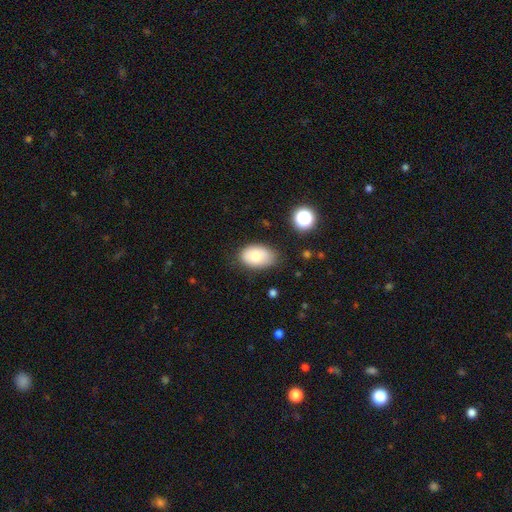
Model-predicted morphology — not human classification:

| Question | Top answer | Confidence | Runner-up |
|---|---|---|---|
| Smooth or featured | smooth | 80% | featured or disk (12%) |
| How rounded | in between | 90% | round (9%) |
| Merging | none | 73% | minor disturbance (21%) |